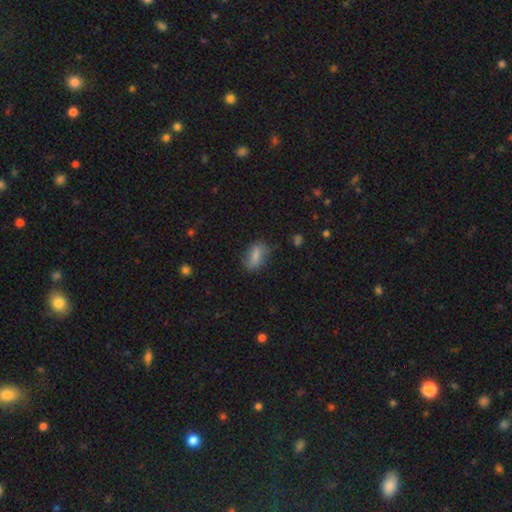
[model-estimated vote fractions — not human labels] This is likely a smooth galaxy (77%). How rounded: clearly in between (81%). Merging: likely none (73%).